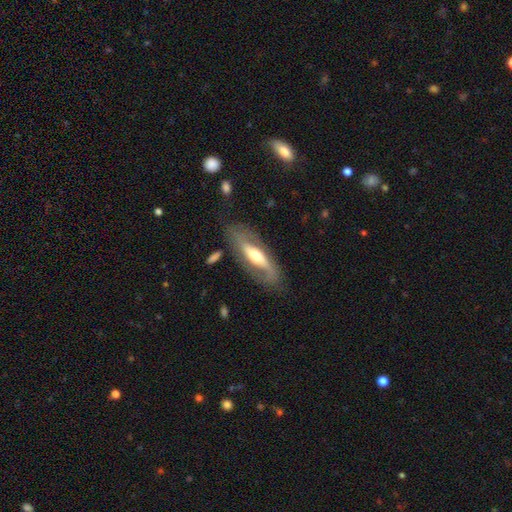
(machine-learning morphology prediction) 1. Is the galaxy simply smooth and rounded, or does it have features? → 71% featured or disk, 24% smooth, 5% star or artifact.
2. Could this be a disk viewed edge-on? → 73% no, 27% yes.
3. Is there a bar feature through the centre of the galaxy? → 40% strong, 32% no, 28% weak.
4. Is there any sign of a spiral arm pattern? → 78% yes, 22% no.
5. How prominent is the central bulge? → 64% moderate, 17% large, 16% small, 2% dominant, 1% none.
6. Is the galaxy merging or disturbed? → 69% none, 19% minor disturbance, 10% major disturbance, 3% merger.